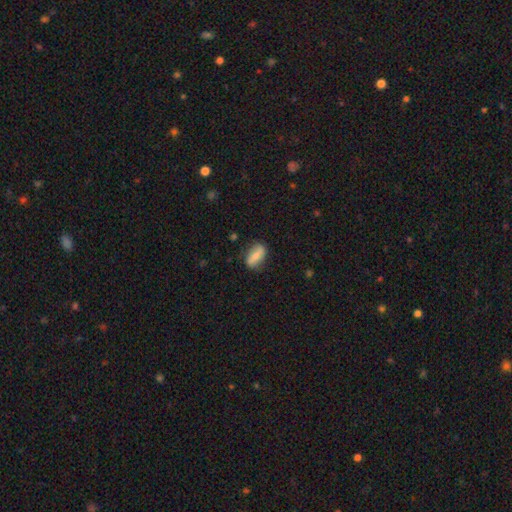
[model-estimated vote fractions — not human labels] A smooth galaxy with no disk features (61%) that is in between round and cigar-shaped (81%). Merging: none (76%).